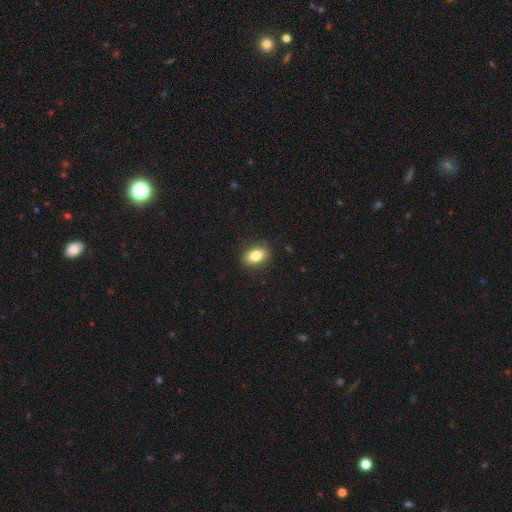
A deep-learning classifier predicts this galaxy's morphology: This is clearly a smooth galaxy (82%). How rounded: likely in between (80%). Merging: clearly none (87%).